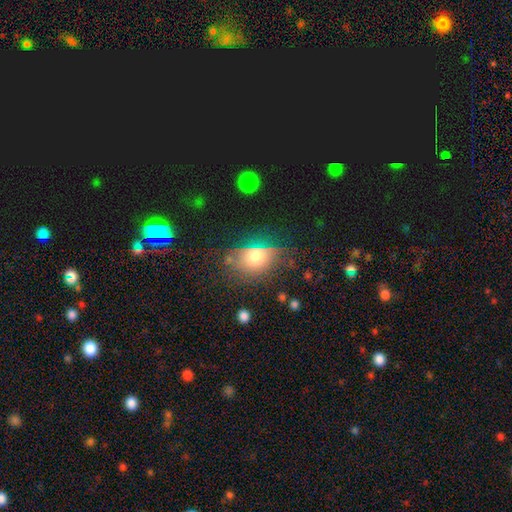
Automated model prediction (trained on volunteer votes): Smooth or featured?
  - smooth: 66% *
  - featured or disk: 18%
  - star or artifact: 16%
How rounded?
  - in between: 67% *
  - round: 30%
  - cigar-shaped: 3%
Merging?
  - none: 64% *
  - minor disturbance: 22%
  - major disturbance: 9%
  - merger: 4%